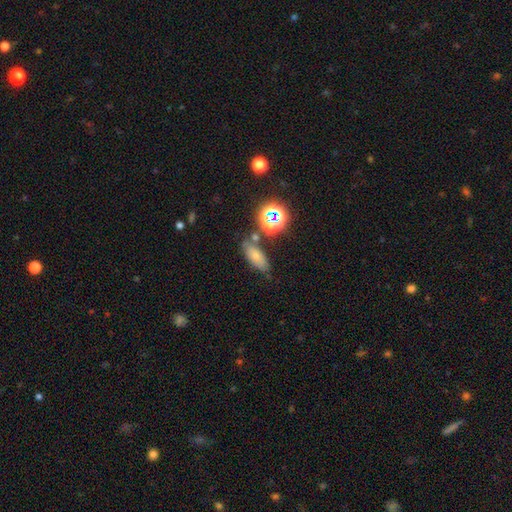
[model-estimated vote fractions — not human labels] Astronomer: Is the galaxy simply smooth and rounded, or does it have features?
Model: smooth — 65%.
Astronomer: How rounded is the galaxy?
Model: in between — 71%.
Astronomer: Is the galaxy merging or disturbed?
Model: none — 69%.